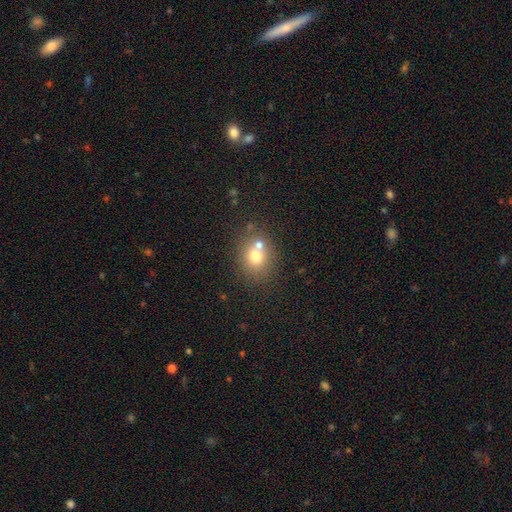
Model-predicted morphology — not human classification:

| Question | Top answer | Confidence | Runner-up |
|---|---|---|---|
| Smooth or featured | smooth | 70% | featured or disk (17%) |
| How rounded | round | 72% | in between (27%) |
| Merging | none | 53% | merger (34%) |